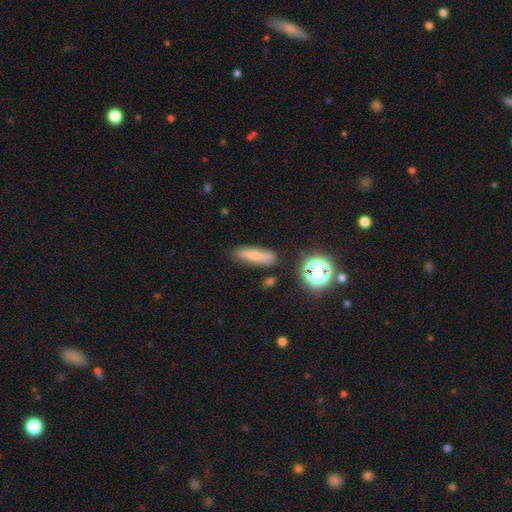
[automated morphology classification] Smooth or featured?
  - smooth: 63% *
  - featured or disk: 23%
  - star or artifact: 14%
How rounded?
  - cigar-shaped: 65% *
  - in between: 29%
  - round: 6%
Merging?
  - none: 79% *
  - minor disturbance: 14%
  - merger: 4%
  - major disturbance: 3%